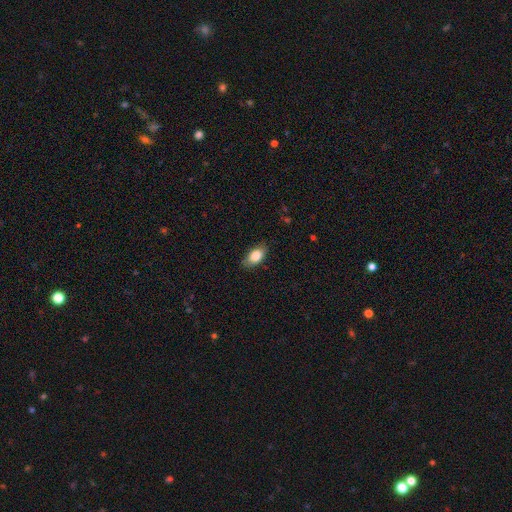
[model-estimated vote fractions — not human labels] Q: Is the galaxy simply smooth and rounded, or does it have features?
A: smooth — 83%.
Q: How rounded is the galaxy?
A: in between — 90%.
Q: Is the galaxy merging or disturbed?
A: none — 81%.